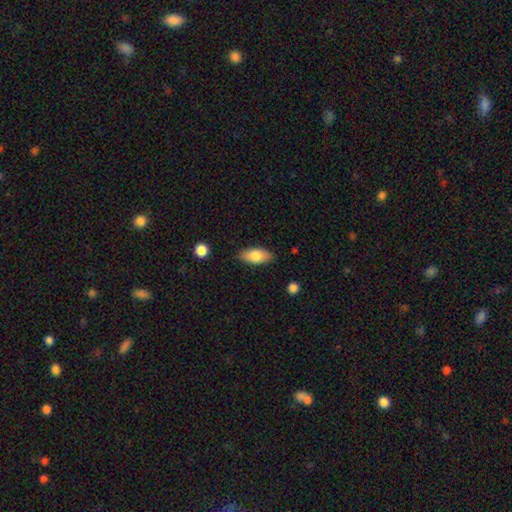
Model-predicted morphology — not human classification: This appears to be a smooth galaxy with no disk features (79%) that is in between round and cigar-shaped (89%). Merging: none (85%).